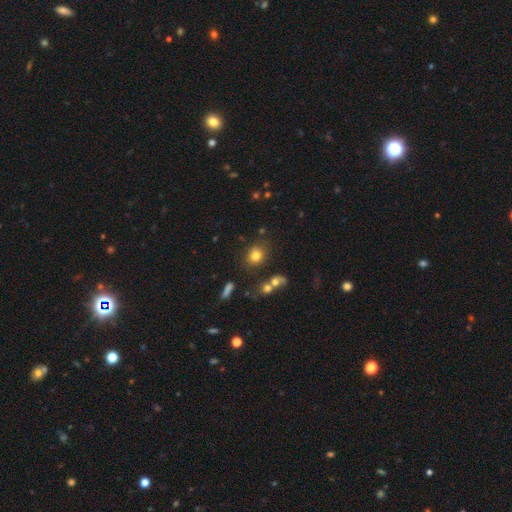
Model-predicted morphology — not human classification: A smooth galaxy with no disk features (77%) that is round (63%).

Vote fractions:
- Smooth or featured? smooth: 77% / star or artifact: 13% / featured or disk: 10%
- How rounded? round: 63% / in between: 36% / cigar-shaped: 1%
- Merging? none: 75% / minor disturbance: 13% / merger: 7% / major disturbance: 5%